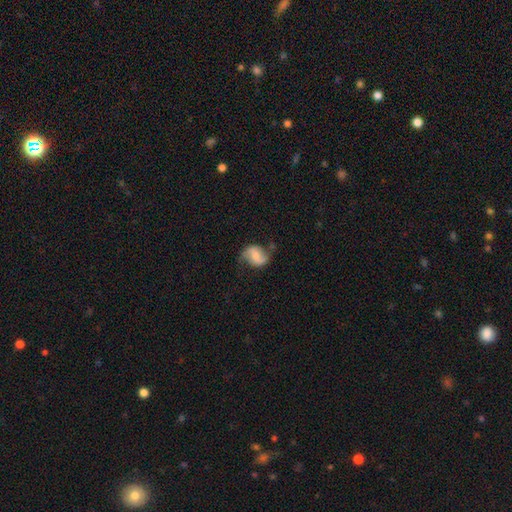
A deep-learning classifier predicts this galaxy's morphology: smooth_or_featured: featured or disk (p=0.57) [alt: smooth p=0.35]
disk_edge_on: no (p=0.97) [alt: yes p=0.03]
bar: no (p=0.41) [alt: weak p=0.40]
has_spiral_arms: yes (p=0.89) [alt: no p=0.11]
bulge_size: small (p=0.42) [tied with: moderate p=0.42]
merging: none (p=0.61) [alt: minor disturbance p=0.25]